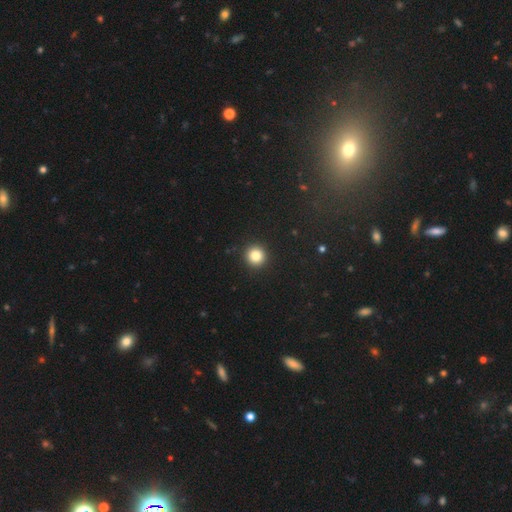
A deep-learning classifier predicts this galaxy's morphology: Overall: smooth (84%). How rounded: round (95%). Merging: none (93%).